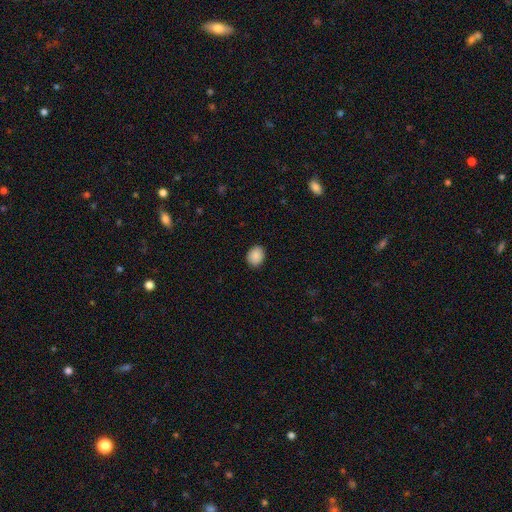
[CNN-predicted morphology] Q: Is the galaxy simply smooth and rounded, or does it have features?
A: smooth — 89%.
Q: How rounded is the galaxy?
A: round — 52%.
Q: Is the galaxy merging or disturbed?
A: none — 89%.